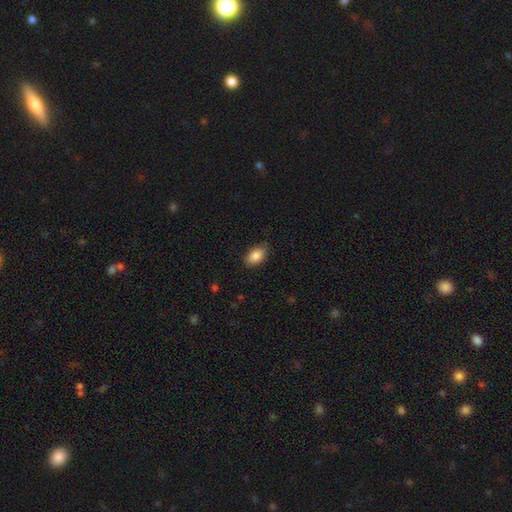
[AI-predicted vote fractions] smooth-or-featured: smooth: 87% | star or artifact: 7% | featured or disk: 6%
  how-rounded: in between: 88% | round: 10% | cigar-shaped: 1%
  merging: none: 83% | minor disturbance: 13% | major disturbance: 3% | merger: 1%